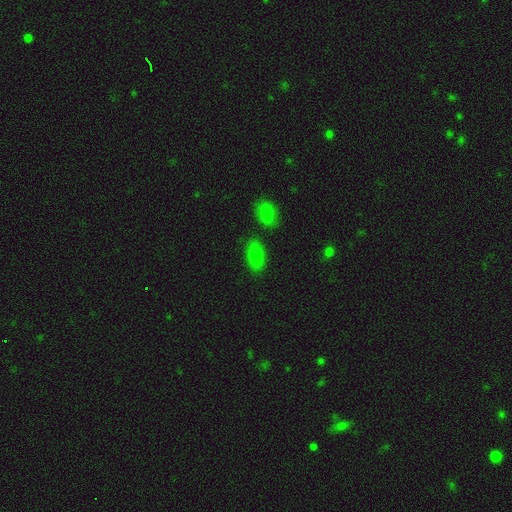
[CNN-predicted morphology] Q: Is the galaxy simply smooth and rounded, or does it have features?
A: smooth — 81%.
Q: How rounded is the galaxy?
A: in between — 90%.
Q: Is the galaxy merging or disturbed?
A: none — 79%.